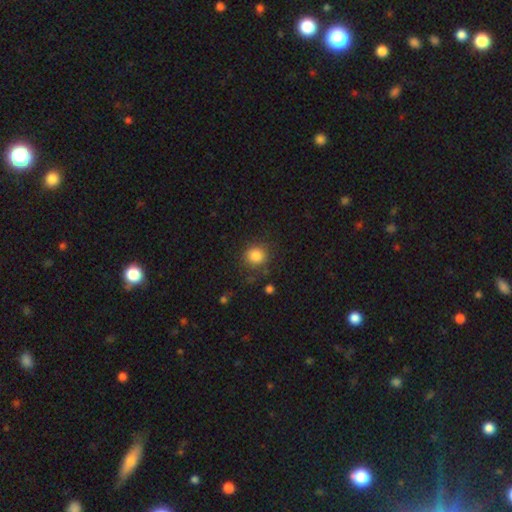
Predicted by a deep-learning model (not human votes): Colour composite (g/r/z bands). It shows a smooth galaxy with no disk features (84%) that is round (85%). Merging: none (79%).